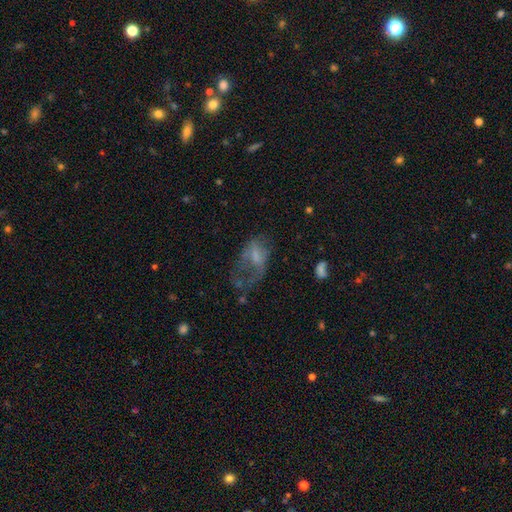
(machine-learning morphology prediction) Overall: featured or disk (45%; smooth 44%). Merging: major disturbance (54%; none 22%).